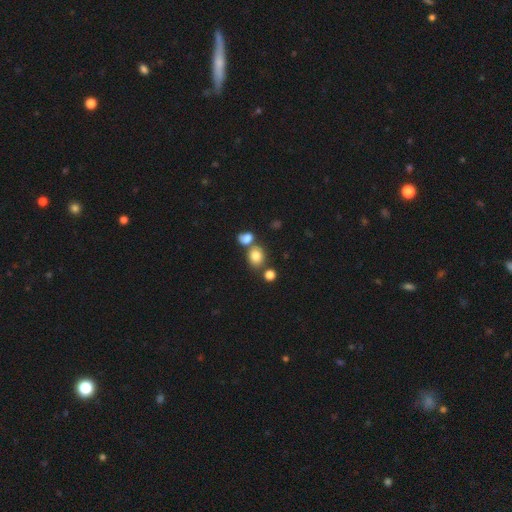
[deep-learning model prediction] Morphology: type=smooth (80%); roundness=round (61%); merging=none (59%).